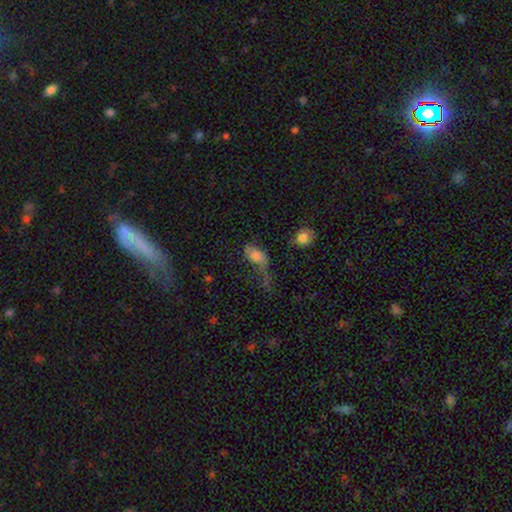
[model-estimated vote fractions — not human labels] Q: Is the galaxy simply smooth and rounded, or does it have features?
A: smooth — 64%.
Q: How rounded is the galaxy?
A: in between — 84%.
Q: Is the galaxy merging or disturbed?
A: major disturbance — 48%.